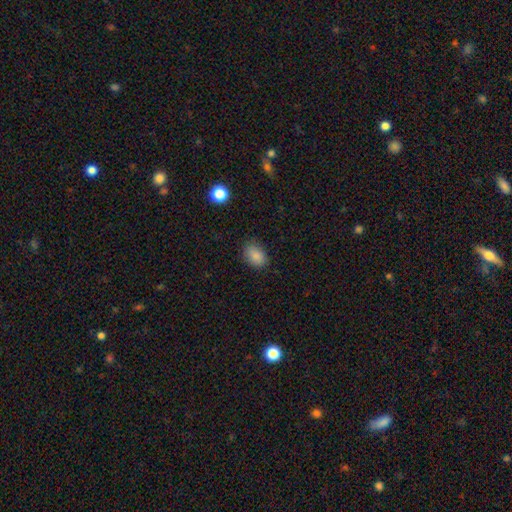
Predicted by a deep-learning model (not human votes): Overall: smooth (86%). How rounded: in between (80%). Merging: none (80%).